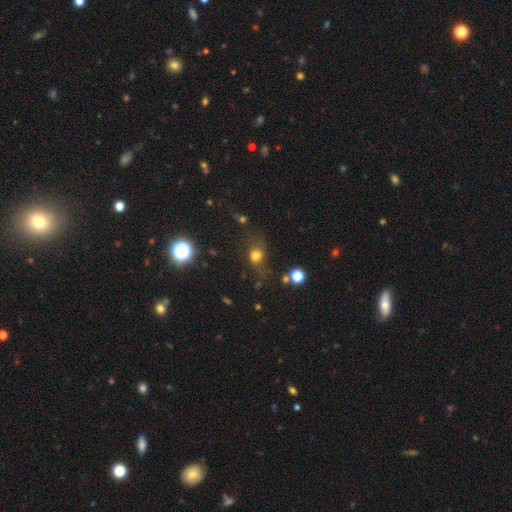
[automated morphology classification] type=smooth (72%); roundness=round (70%); merging=none (62%).